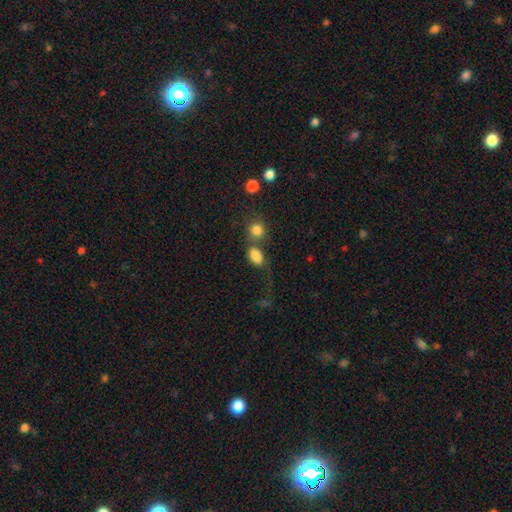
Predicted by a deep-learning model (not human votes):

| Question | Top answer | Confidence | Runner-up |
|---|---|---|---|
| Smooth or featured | smooth | 83% | star or artifact (10%) |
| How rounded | in between | 70% | round (28%) |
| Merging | none | 39% | tied: merger (39%) |